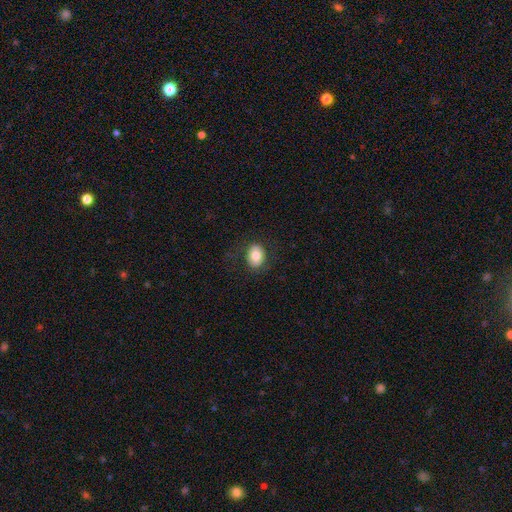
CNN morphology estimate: Smooth or featured? Predicted: smooth (p=0.77). How rounded? Predicted: in between (p=0.67). Merging? Predicted: none (p=0.83).